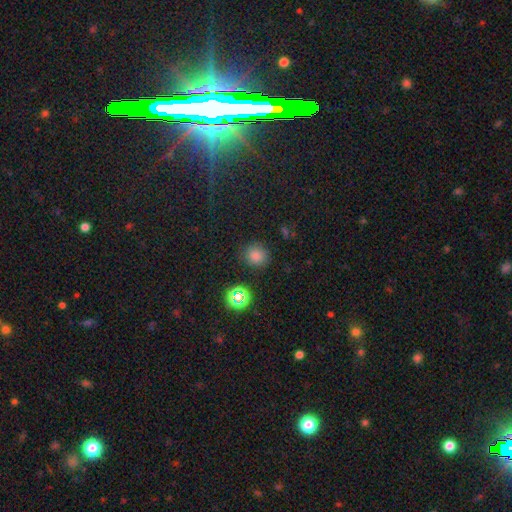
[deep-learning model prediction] A smooth galaxy with no disk features (75%) that is round (85%).

Vote fractions:
- Smooth or featured? smooth: 75% / star or artifact: 19% / featured or disk: 5%
- How rounded? round: 85% / in between: 14% / cigar-shaped: 1%
- Merging? none: 84% / minor disturbance: 10% / major disturbance: 3% / merger: 2%